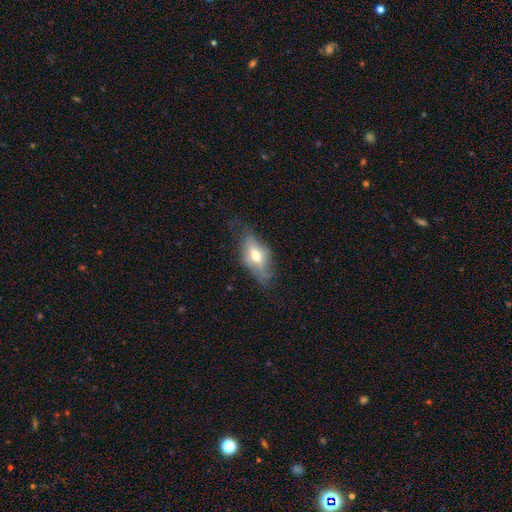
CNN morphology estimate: smooth_or_featured: smooth (p=0.51) [alt: featured or disk p=0.40]
how_rounded: in between (p=0.82) [alt: cigar-shaped p=0.12]
merging: none (p=0.50) [alt: minor disturbance p=0.30]